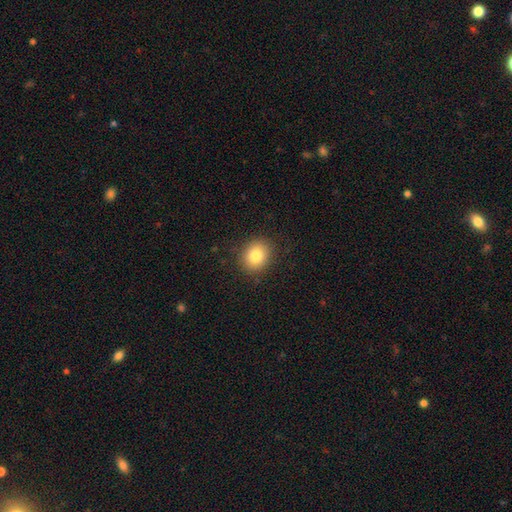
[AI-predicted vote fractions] Smooth or featured? Predicted: smooth (p=0.82). How rounded? Predicted: round (p=0.70). Merging? Predicted: none (p=0.88).